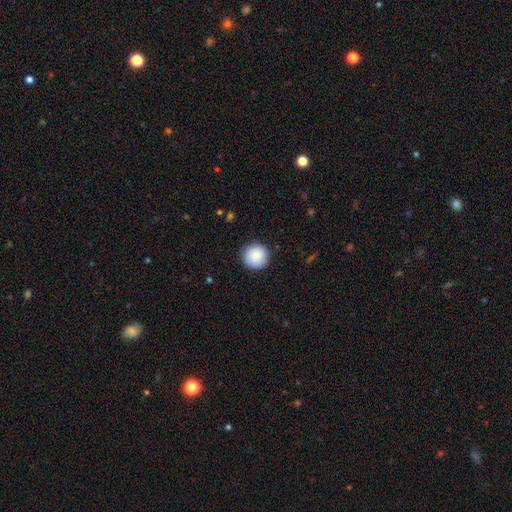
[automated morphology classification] Smooth or featured? smooth (88%)
How rounded? round (96%)
Merging? none (90%)